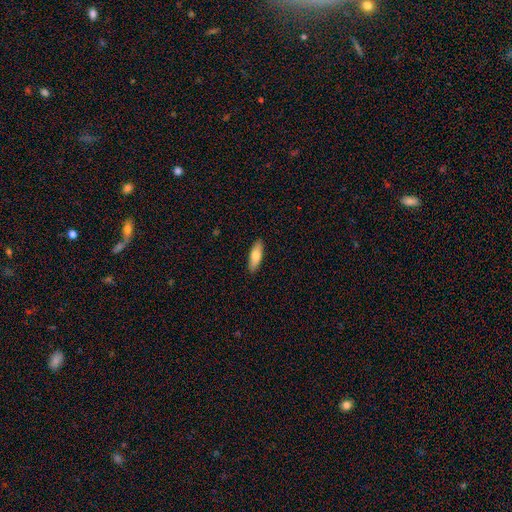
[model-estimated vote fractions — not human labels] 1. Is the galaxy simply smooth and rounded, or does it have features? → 78% smooth, 16% featured or disk, 6% star or artifact.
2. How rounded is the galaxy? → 60% in between, 38% cigar-shaped, 2% round.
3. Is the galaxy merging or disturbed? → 89% none, 8% minor disturbance, 2% major disturbance, 1% merger.